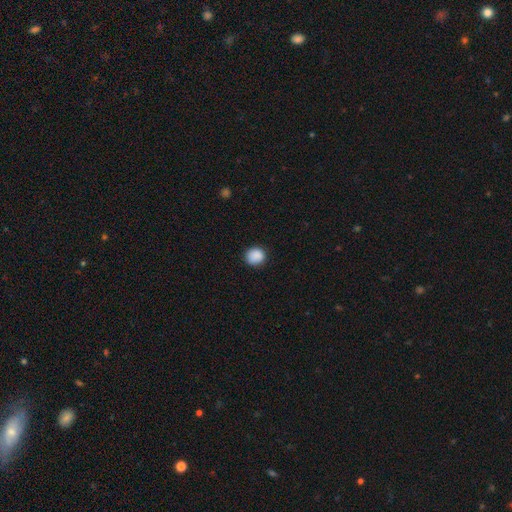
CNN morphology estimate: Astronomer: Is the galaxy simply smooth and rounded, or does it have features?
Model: smooth — 89%.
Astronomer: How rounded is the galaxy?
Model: round — 86%.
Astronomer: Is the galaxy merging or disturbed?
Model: none — 87%.